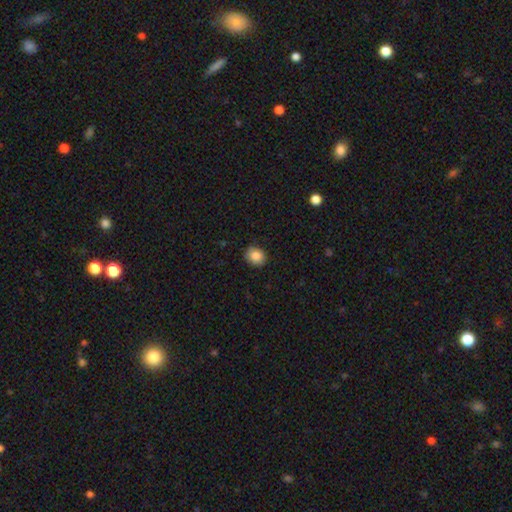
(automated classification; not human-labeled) Q: Smooth or featured?
A: smooth (86%); runner-up: star or artifact (9%)
Q: How rounded?
A: round (70%); runner-up: in between (29%)
Q: Merging?
A: none (85%); runner-up: minor disturbance (12%)